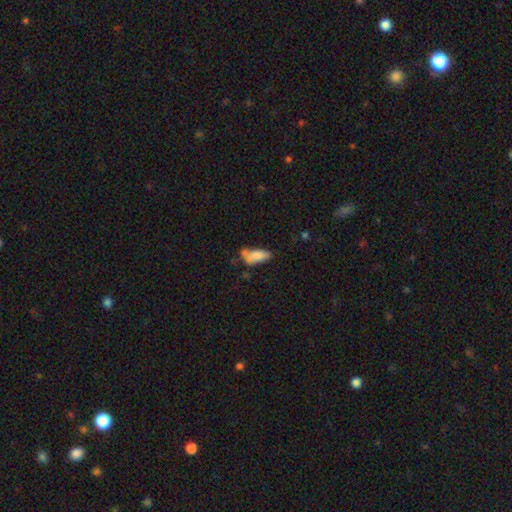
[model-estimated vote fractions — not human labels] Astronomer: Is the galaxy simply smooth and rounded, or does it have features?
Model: smooth — 74%.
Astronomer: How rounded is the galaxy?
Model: in between — 76%.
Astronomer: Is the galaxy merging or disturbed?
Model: none — 38% (runner-up: minor disturbance, 26%).